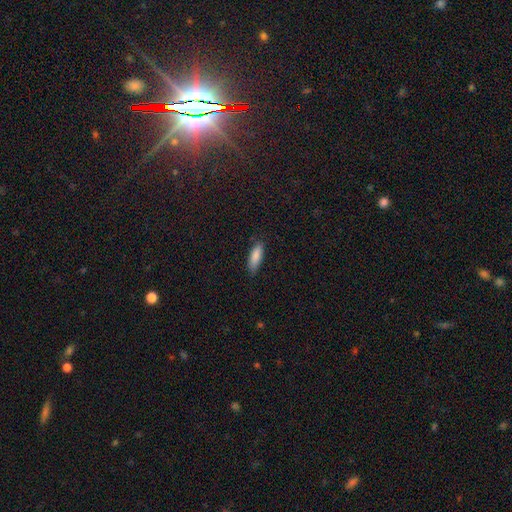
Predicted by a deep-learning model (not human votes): Smooth or featured: smooth — 86% (featured or disk — 7%)
How rounded: in between — 57% (cigar-shaped — 41%)
Merging: none — 81% (minor disturbance — 15%)